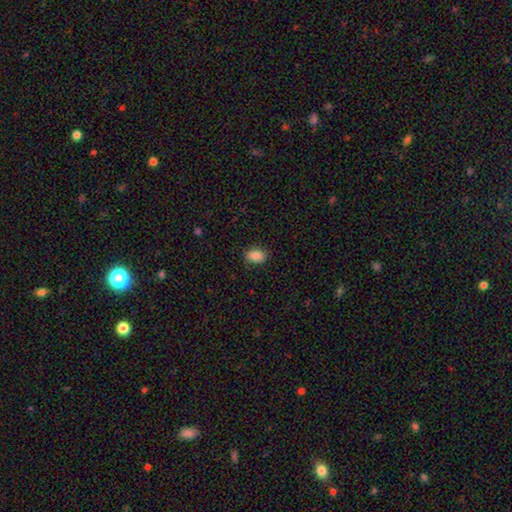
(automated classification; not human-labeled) A smooth galaxy with no disk features (86%) that is in between round and cigar-shaped (81%). Merging: none (87%).